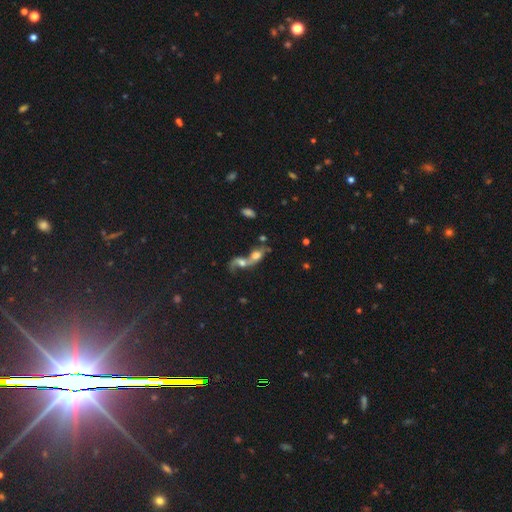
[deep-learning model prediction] Smooth or featured? smooth (44%)
Merging? merger (76%)